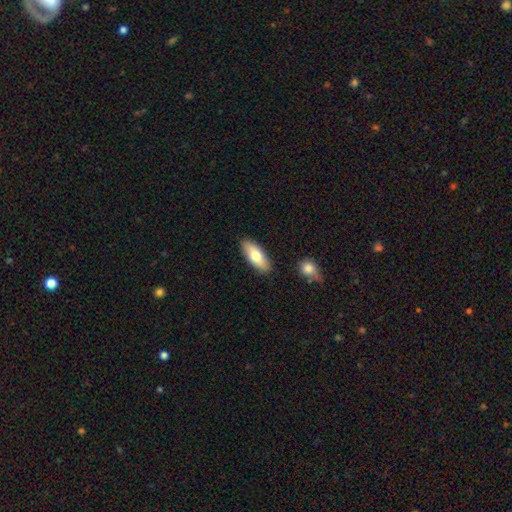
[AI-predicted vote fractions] A smooth galaxy with no disk features (73%) that is in between round and cigar-shaped (77%).

Vote fractions:
- Smooth or featured? smooth: 73% / featured or disk: 21% / star or artifact: 6%
- How rounded? in between: 77% / cigar-shaped: 20% / round: 2%
- Merging? none: 87% / minor disturbance: 9% / merger: 2% / major disturbance: 2%